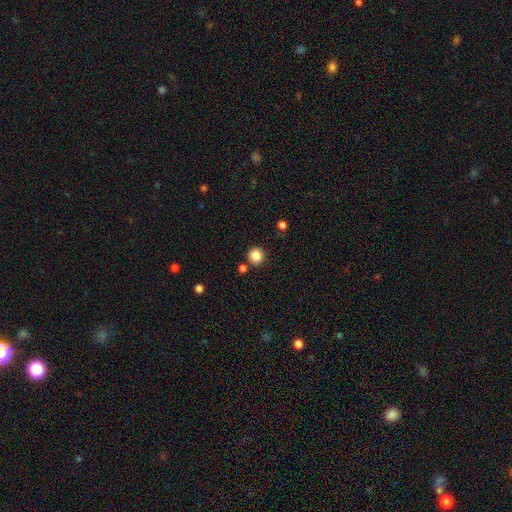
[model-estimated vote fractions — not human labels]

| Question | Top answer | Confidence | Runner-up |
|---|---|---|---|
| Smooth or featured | smooth | 85% | star or artifact (11%) |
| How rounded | round | 93% | in between (6%) |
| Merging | none | 86% | minor disturbance (7%) |